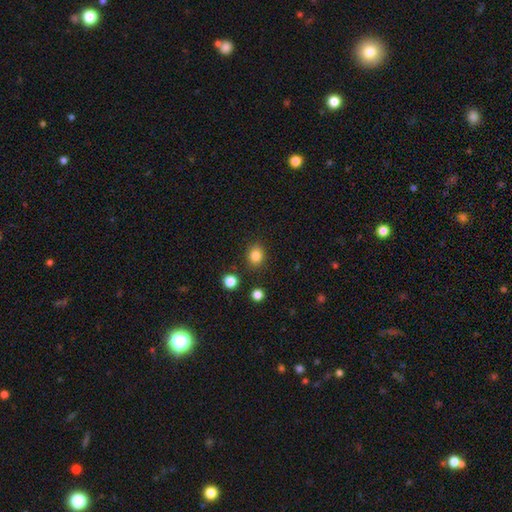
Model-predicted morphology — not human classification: type=smooth (84%); roundness=round (68%); merging=none (86%).